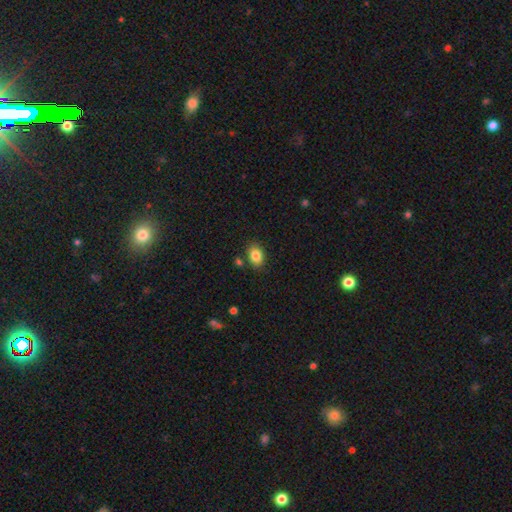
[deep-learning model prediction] Morphology: type=smooth (85%); roundness=in between (75%); merging=none (82%).